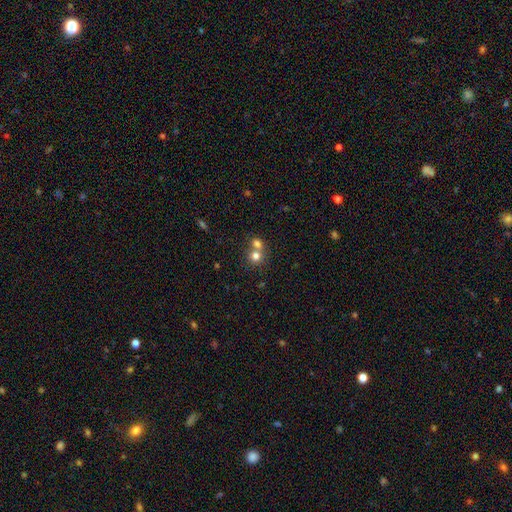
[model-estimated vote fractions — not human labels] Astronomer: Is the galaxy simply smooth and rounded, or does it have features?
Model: smooth — 75%.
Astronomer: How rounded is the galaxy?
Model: round — 84%.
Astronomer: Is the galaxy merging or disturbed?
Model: merger — 54% (runner-up: none, 38%).